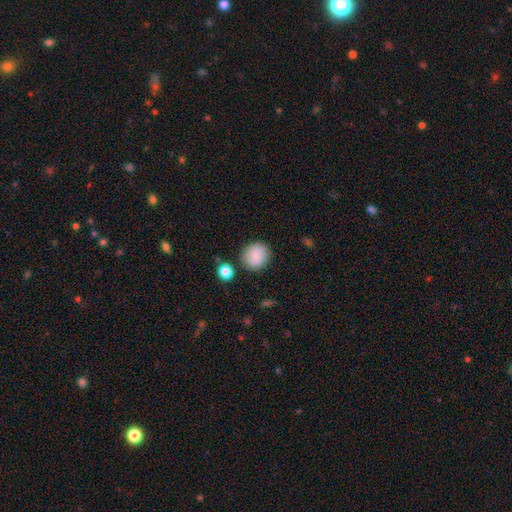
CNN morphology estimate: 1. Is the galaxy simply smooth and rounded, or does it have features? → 85% smooth, 8% star or artifact, 7% featured or disk.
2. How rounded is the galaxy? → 88% round, 11% in between, 1% cigar-shaped.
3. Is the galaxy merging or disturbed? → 86% none, 9% minor disturbance, 3% merger, 3% major disturbance.